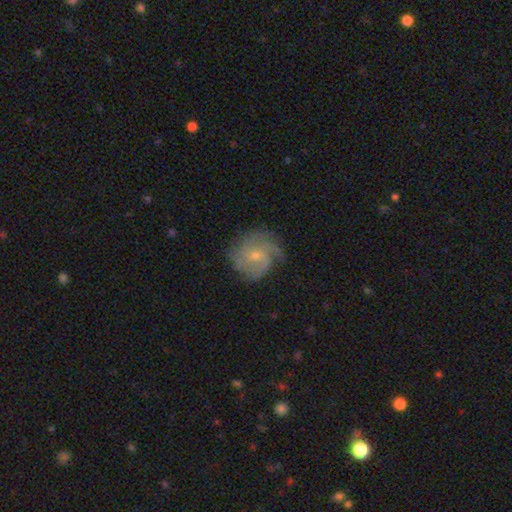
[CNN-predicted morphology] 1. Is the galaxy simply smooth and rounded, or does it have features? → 79% featured or disk, 14% smooth, 7% star or artifact.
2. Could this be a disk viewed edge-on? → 98% no, 2% yes.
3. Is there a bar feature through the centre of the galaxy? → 65% no, 30% weak, 4% strong.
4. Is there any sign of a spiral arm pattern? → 95% yes, 5% no.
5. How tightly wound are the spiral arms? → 49% tight, 38% medium, 13% loose.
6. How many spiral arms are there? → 31% 3, 27% can't tell, 17% 2, 11% 4, 8% 1, 6% more than 4.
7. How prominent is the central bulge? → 65% small, 31% moderate, 2% none, 1% large, 1% dominant.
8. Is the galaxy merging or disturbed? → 70% none, 20% minor disturbance, 9% major disturbance, 1% merger.